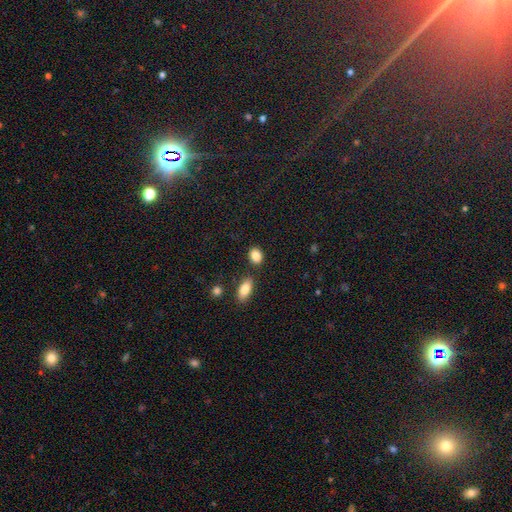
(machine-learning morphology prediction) Smooth or featured? smooth (87%)
How rounded? in between (68%)
Merging? none (79%)